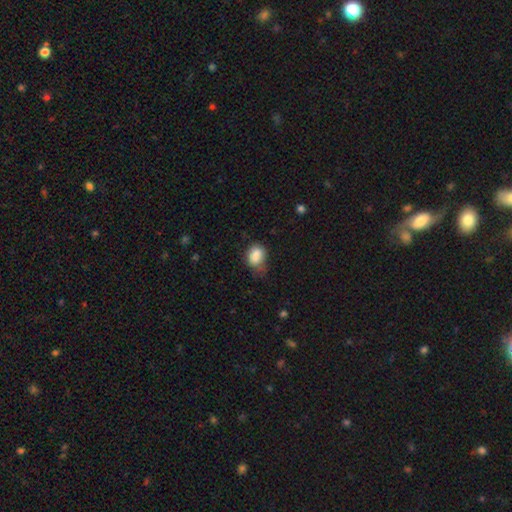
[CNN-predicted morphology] Smooth or featured: smooth — 85% (star or artifact — 8%)
How rounded: in between — 72% (round — 27%)
Merging: none — 46% (minor disturbance — 37%)